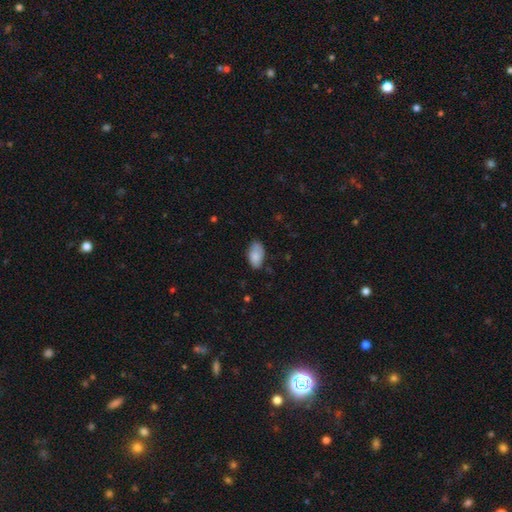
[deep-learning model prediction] smooth 85%, featured or disk 8%, star or artifact 7%. Down the decision tree: how rounded — in between (94%); merging — none (70%).